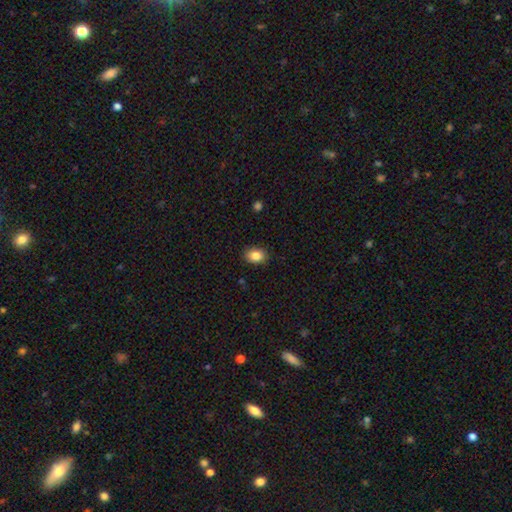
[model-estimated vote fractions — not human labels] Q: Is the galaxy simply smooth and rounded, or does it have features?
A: smooth — 85%.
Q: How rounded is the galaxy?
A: in between — 67%.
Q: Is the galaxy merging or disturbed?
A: none — 89%.